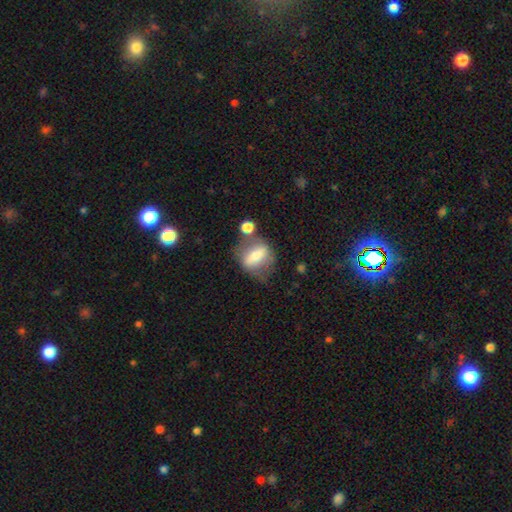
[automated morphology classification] A smooth galaxy with no disk features (48%). Merging: none (50%).